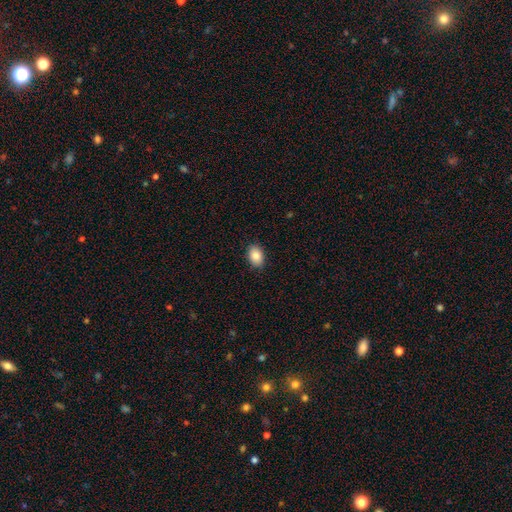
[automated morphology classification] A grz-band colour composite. It shows a smooth galaxy with no disk features (86%) that is in between round and cigar-shaped (82%). Merging: none (89%).